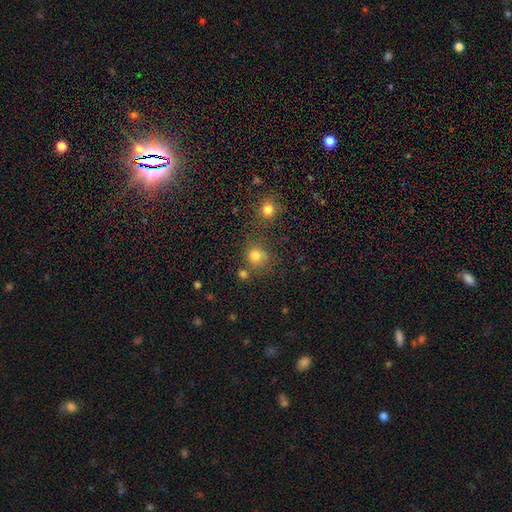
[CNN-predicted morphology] smooth_or_featured: smooth (p=0.77) [alt: star or artifact p=0.15]
how_rounded: round (p=0.83) [alt: in between p=0.16]
merging: none (p=0.61) [alt: merger p=0.20]